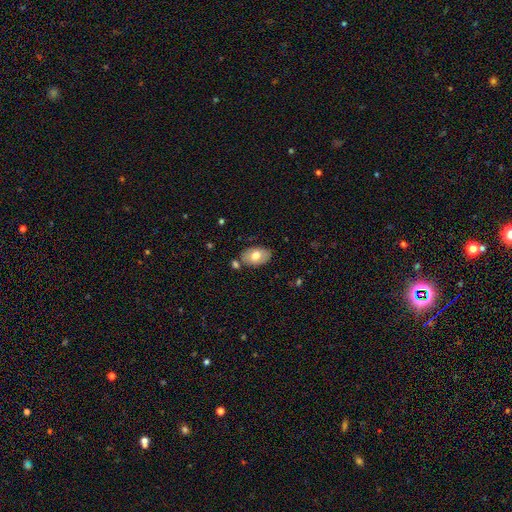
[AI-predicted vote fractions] A smooth galaxy with no disk features (71%) that is in between round and cigar-shaped (90%). Merging: none (76%).